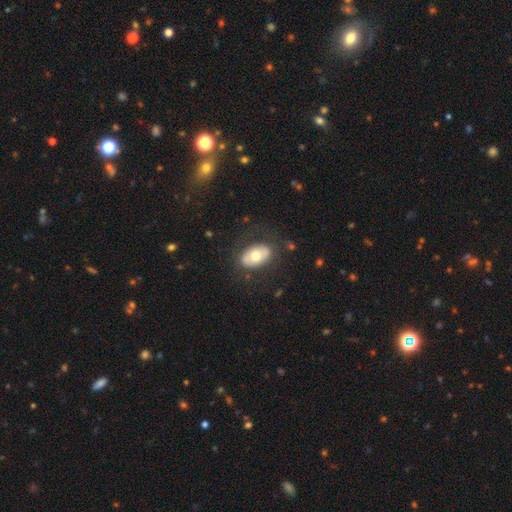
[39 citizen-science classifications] Smooth or featured?
  - smooth: 56% *
  - featured or disk: 36%
  - star or artifact: 8%
How rounded?
  - in between: 91% *
  - round: 9%
  - cigar-shaped: 0%
Merging?
  - none: 83% *
  - minor disturbance: 8%
  - major disturbance: 8%
  - merger: 0%